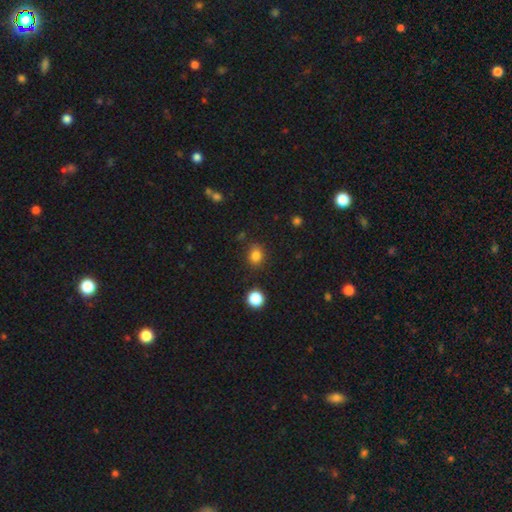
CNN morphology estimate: Smooth or featured? smooth (82%)
How rounded? round (56%)
Merging? none (81%)